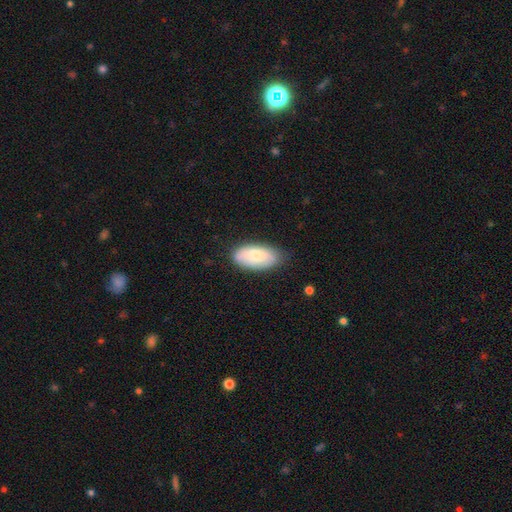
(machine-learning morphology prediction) smooth_or_featured: smooth (p=0.74) [alt: featured or disk p=0.20]
how_rounded: in between (p=0.93) [alt: cigar-shaped p=0.05]
merging: none (p=0.73) [alt: minor disturbance p=0.21]